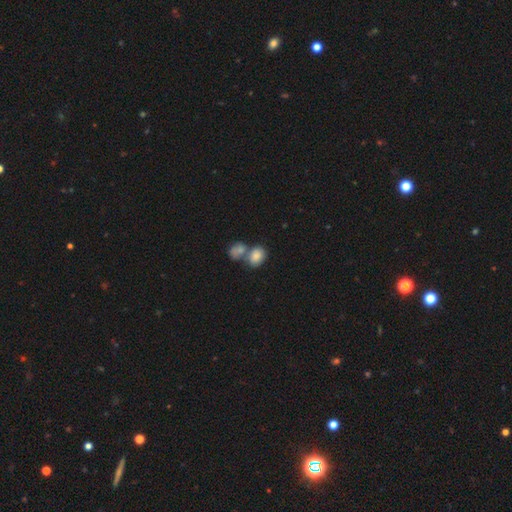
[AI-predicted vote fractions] Q: Smooth or featured?
A: smooth (82%); runner-up: featured or disk (10%)
Q: How rounded?
A: in between (69%); runner-up: round (30%)
Q: Merging?
A: merger (54%); runner-up: none (32%)